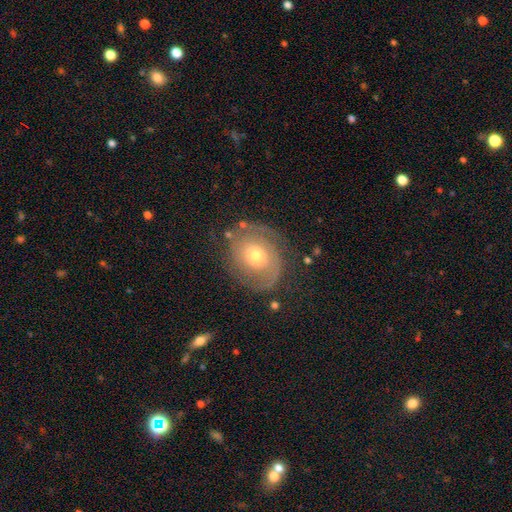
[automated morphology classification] Overall: featured or disk (71%). Edge-on disk: no (97%). Bar: no (76%). Spiral arms: yes (87%). Spiral arm count: 2 (66%). Spiral winding: tight (55%; medium 33%). Bulge size: moderate (56%; small 37%). Merging: none (74%).